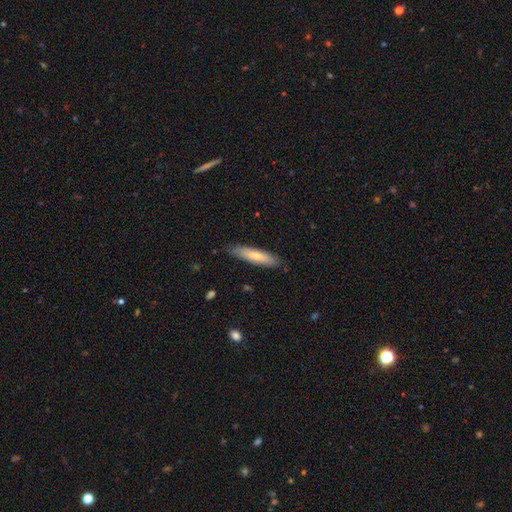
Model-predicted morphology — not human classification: Smooth or featured? Predicted: smooth (p=0.67). How rounded? Predicted: cigar-shaped (p=0.76). Merging? Predicted: none (p=0.83).